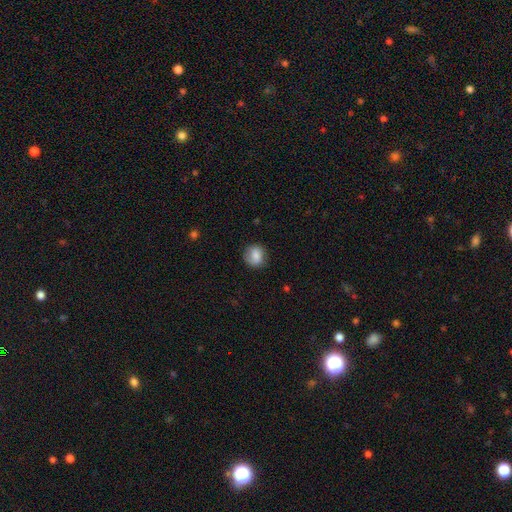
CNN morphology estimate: smooth_or_featured: smooth (p=0.79) [alt: featured or disk p=0.13]
how_rounded: round (p=0.75) [alt: in between p=0.24]
merging: none (p=0.76) [alt: minor disturbance p=0.18]